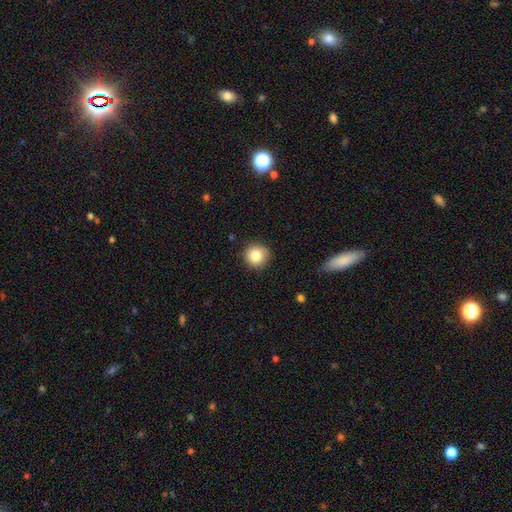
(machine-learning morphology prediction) Overall: smooth (84%). How rounded: round (94%). Merging: none (89%).